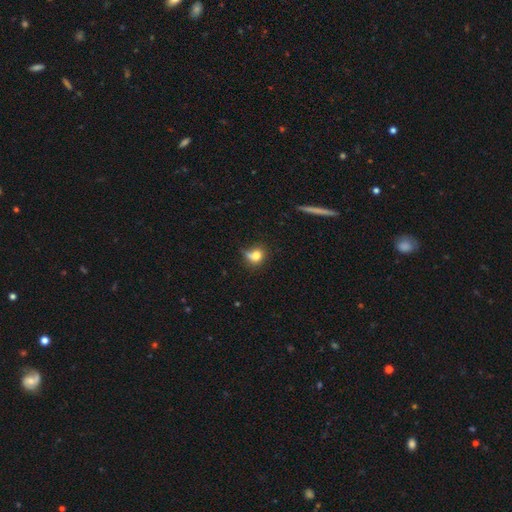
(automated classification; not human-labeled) Overall: smooth (76%). How rounded: round (68%; in between 30%). Merging: none (46%; minor disturbance 23%).